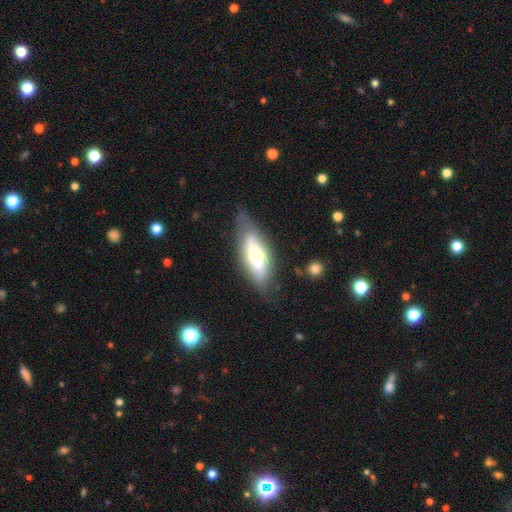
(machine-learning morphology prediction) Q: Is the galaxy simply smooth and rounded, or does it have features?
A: featured or disk — 53%.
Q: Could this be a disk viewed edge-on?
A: yes — 65%.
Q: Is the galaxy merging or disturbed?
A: none — 65%.